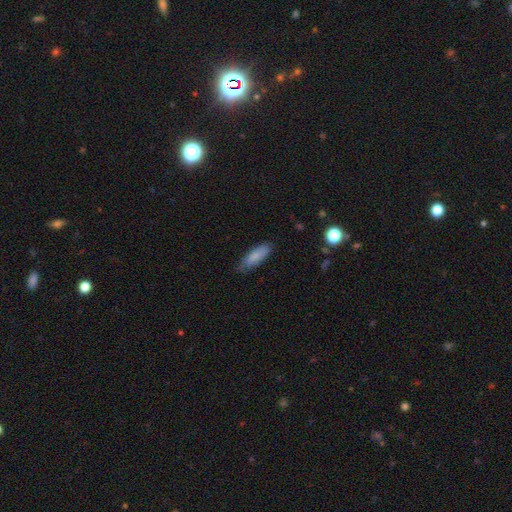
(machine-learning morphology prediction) smooth 82%, featured or disk 12%, star or artifact 6%. Down the decision tree: how rounded — in between (56%); merging — none (74%).